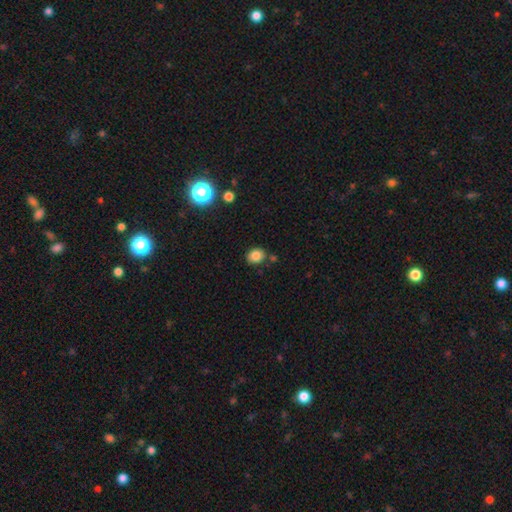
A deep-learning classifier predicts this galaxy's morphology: Smooth or featured?
  - smooth: 84% *
  - star or artifact: 10%
  - featured or disk: 6%
How rounded?
  - round: 55% *
  - in between: 44%
  - cigar-shaped: 1%
Merging?
  - none: 80% *
  - minor disturbance: 11%
  - merger: 6%
  - major disturbance: 3%